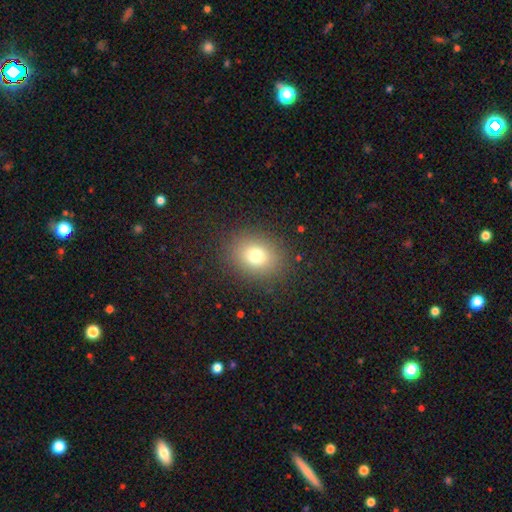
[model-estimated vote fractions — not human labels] smooth_or_featured: smooth (p=0.76) [alt: star or artifact p=0.14]
how_rounded: round (p=0.58) [alt: in between p=0.41]
merging: none (p=0.87) [alt: minor disturbance p=0.08]